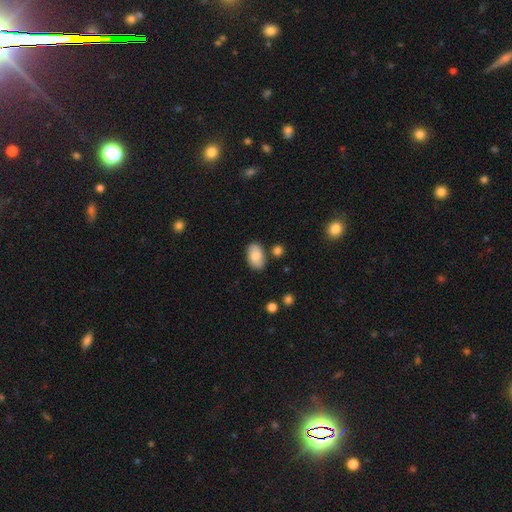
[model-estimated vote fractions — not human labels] Morphology: type=smooth (77%); roundness=in between (92%); merging=none (78%).